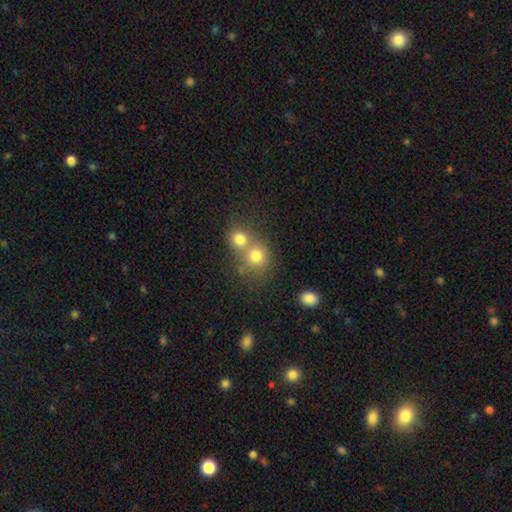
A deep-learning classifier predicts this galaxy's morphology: smooth 77%, star or artifact 12%, featured or disk 10%. Down the decision tree: how rounded — round (83%); merging — merger (54%).